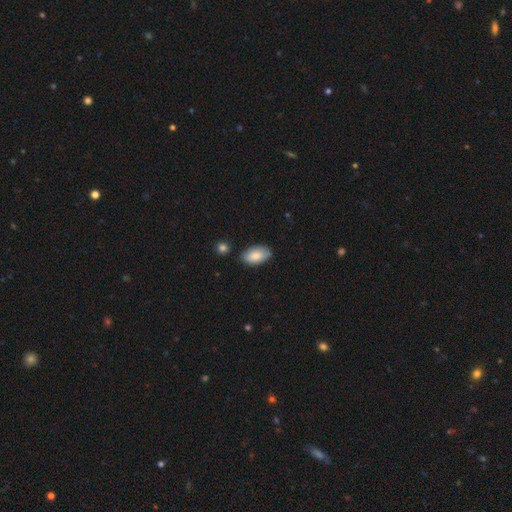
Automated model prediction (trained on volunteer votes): Q: Smooth or featured?
A: smooth (83%); runner-up: featured or disk (11%)
Q: How rounded?
A: in between (94%); runner-up: round (3%)
Q: Merging?
A: none (77%); runner-up: minor disturbance (17%)